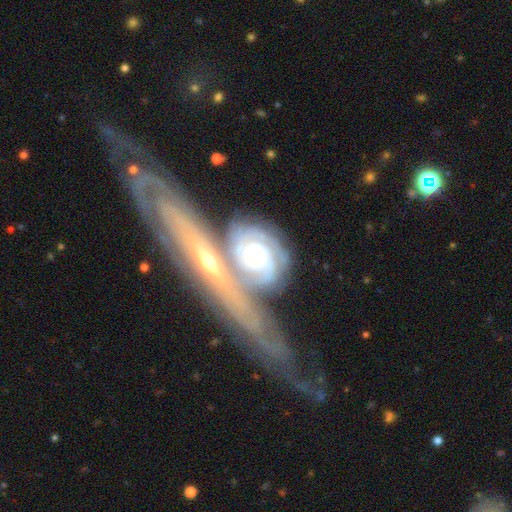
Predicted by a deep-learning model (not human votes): featured or disk 87%, smooth 8%, star or artifact 4%. Down the decision tree: edge-on disk — no (93%); bar — no (70%); spiral arms — yes (97%); spiral arm count — 2 (37%); spiral winding — tight (78%); bulge size — moderate (53%); merging — merger (54%).